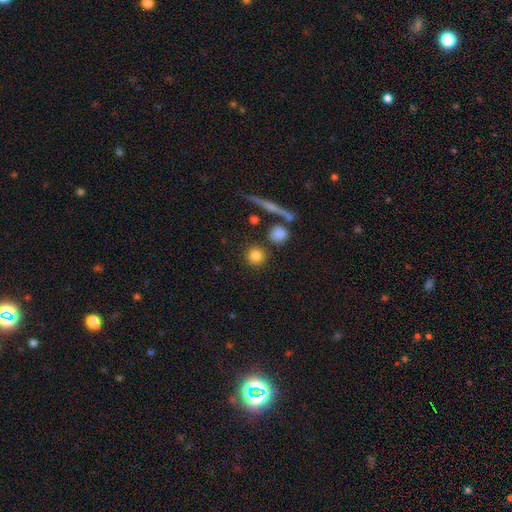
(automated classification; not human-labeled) Smooth or featured?
  - smooth: 81% *
  - star or artifact: 10%
  - featured or disk: 8%
How rounded?
  - round: 92% *
  - in between: 6%
  - cigar-shaped: 2%
Merging?
  - none: 83% *
  - minor disturbance: 7%
  - merger: 6%
  - major disturbance: 3%